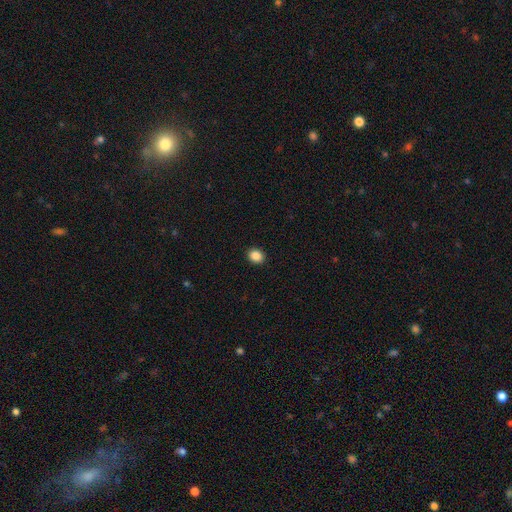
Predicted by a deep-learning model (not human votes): smooth_or_featured: smooth (p=0.88) [alt: star or artifact p=0.09]
how_rounded: round (p=0.61) [alt: in between p=0.38]
merging: none (p=0.92) [alt: minor disturbance p=0.06]